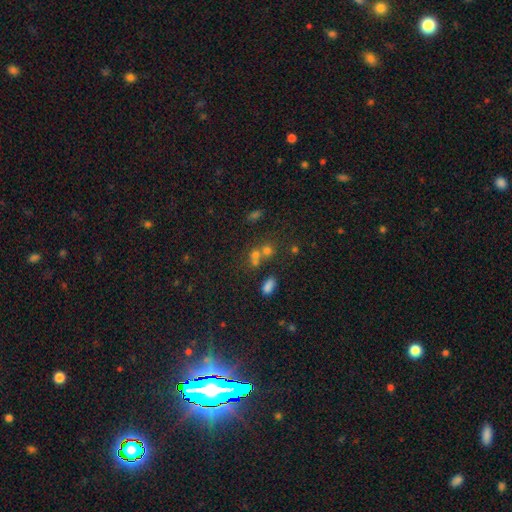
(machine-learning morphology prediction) The model was most divided on "merging": none: 46%, merger: 41%, minor disturbance: 8%, major disturbance: 4%. More confident: how rounded — round (69%); smooth or featured — smooth (52%).